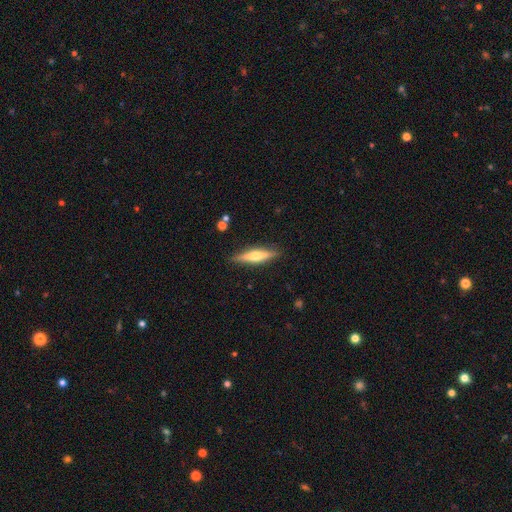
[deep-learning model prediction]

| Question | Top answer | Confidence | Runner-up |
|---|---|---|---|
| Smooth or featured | featured or disk | 65% | smooth (29%) |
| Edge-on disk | yes | 96% | no (4%) |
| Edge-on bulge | rounded | 91% | none (5%) |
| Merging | none | 89% | minor disturbance (8%) |